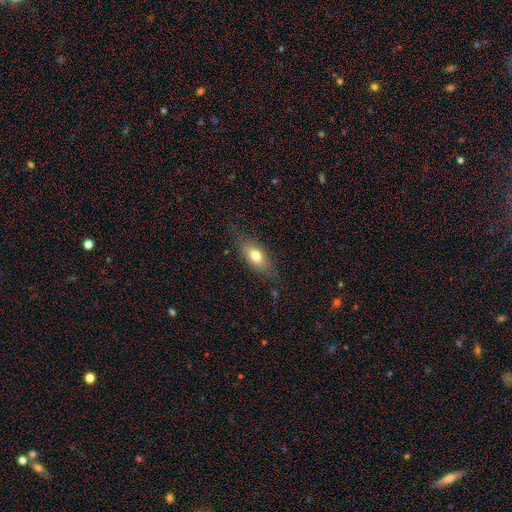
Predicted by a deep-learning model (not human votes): smooth-or-featured: smooth: 72% | featured or disk: 20% | star or artifact: 8%
  how-rounded: in between: 81% | cigar-shaped: 14% | round: 6%
  merging: none: 77% | minor disturbance: 17% | major disturbance: 5% | merger: 1%